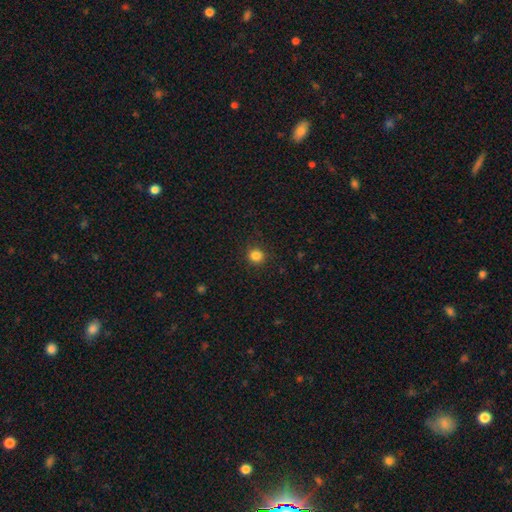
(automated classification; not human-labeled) Overall: smooth (84%). How rounded: round (90%). Merging: none (91%).